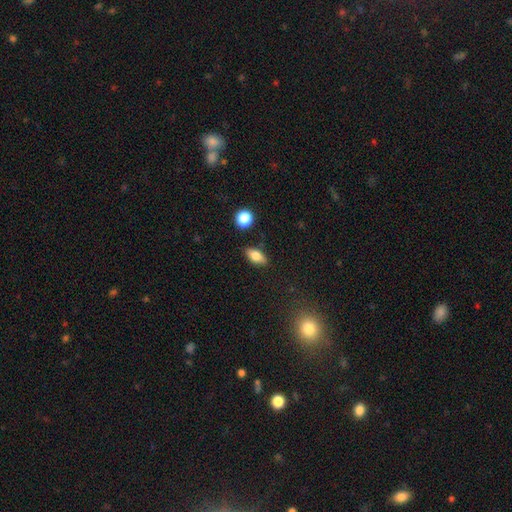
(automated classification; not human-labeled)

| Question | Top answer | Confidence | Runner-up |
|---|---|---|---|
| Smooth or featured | smooth | 79% | featured or disk (13%) |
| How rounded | in between | 85% | cigar-shaped (8%) |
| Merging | none | 84% | minor disturbance (10%) |